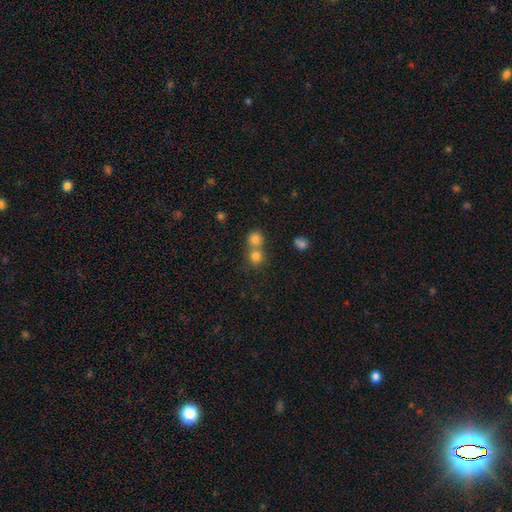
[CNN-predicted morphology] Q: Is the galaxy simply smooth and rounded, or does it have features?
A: smooth — 78%.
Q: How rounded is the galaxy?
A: round — 88%.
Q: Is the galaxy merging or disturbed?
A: none — 47%.